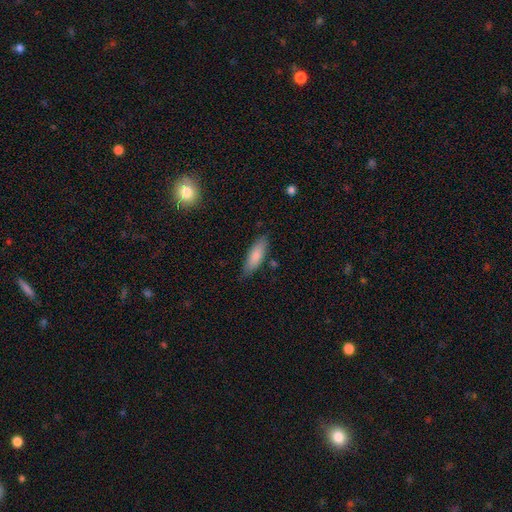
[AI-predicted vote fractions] A smooth galaxy with no disk features (83%) that is in between round and cigar-shaped (58%). Merging: none (79%).